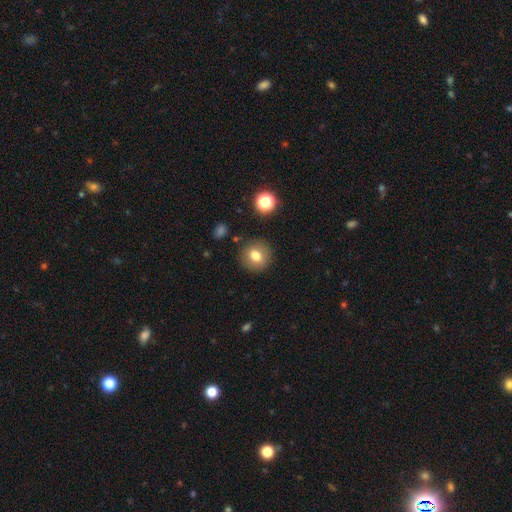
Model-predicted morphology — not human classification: Overall: smooth (76%). How rounded: round (88%). Merging: none (87%).